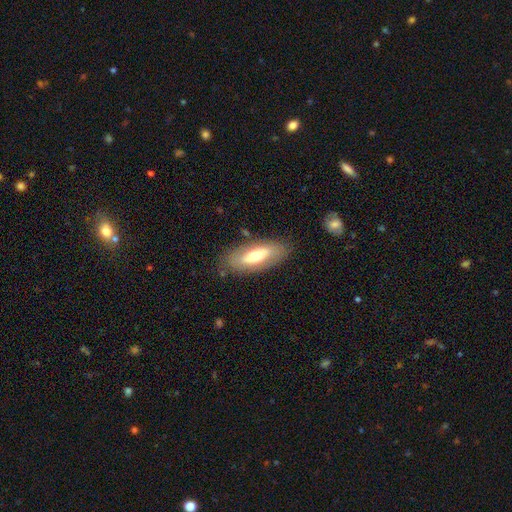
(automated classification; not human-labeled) smooth-or-featured: smooth: 54% | featured or disk: 40% | star or artifact: 6%
  how-rounded: in between: 77% | cigar-shaped: 20% | round: 2%
  merging: none: 80% | minor disturbance: 13% | major disturbance: 4% | merger: 2%